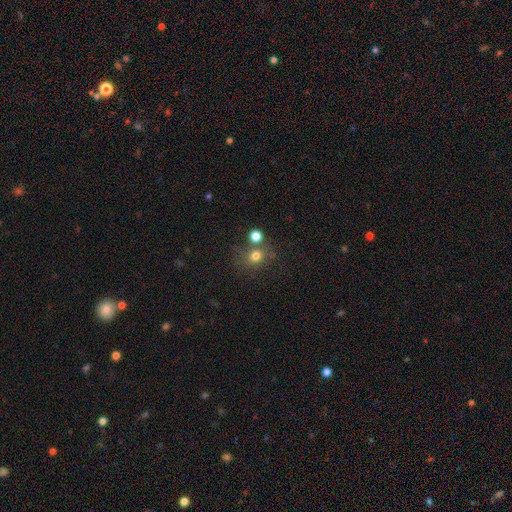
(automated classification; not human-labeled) Smooth or featured?
  - smooth: 74% *
  - star or artifact: 16%
  - featured or disk: 10%
How rounded?
  - round: 72% *
  - in between: 27%
  - cigar-shaped: 1%
Merging?
  - none: 61% *
  - merger: 21%
  - minor disturbance: 13%
  - major disturbance: 6%